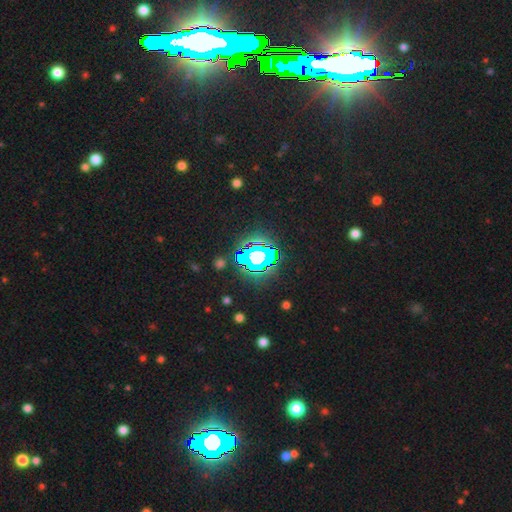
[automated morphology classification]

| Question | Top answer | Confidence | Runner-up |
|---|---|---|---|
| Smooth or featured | star or artifact | 69% | smooth (18%) |